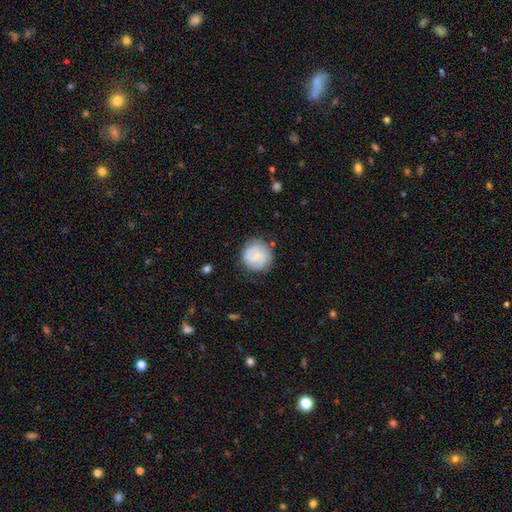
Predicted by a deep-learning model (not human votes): Smooth or featured: smooth — 52% (featured or disk — 41%)
How rounded: round — 90% (in between — 9%)
Merging: none — 80% (minor disturbance — 14%)